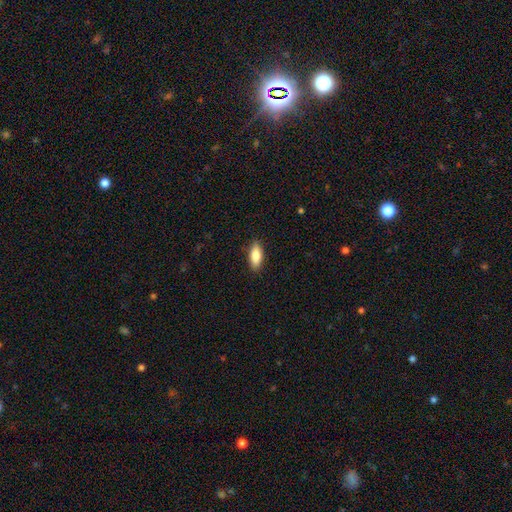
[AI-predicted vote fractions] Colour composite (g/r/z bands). It shows a smooth galaxy with no disk features (86%) that is in between round and cigar-shaped (79%). Merging: none (88%).